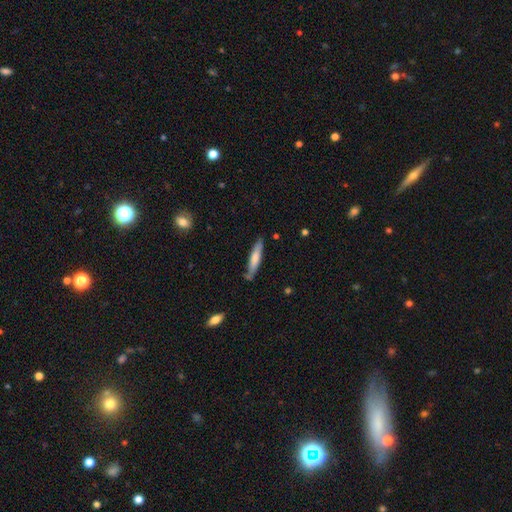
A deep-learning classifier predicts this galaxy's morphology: This is likely a smooth galaxy (63%). How rounded: clearly cigar-shaped (89%). Merging: likely none (79%).